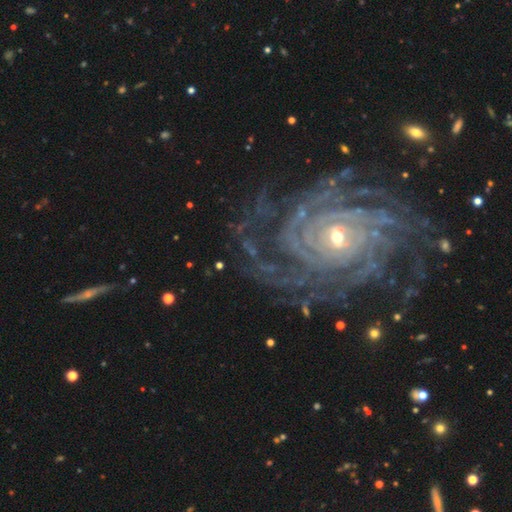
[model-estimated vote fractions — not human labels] Morphology: type=featured or disk (91%); edge-on=no (97%); bar=no (62%); spiral arms=yes (98%); winding=tight (80%); arm count=more than 4 (30%); bulge=small (57%); merging=none (76%).